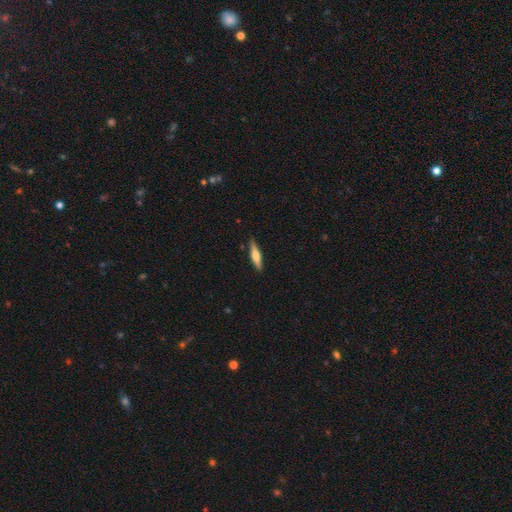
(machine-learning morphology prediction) smooth_or_featured: smooth (p=0.53) [alt: featured or disk p=0.41]
how_rounded: cigar-shaped (p=0.79) [alt: in between p=0.19]
merging: none (p=0.87) [alt: minor disturbance p=0.10]